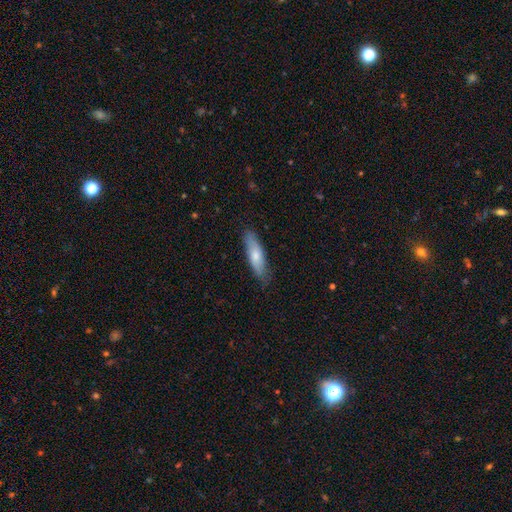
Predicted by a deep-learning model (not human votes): smooth 68%, featured or disk 26%, star or artifact 5%. Down the decision tree: how rounded — cigar-shaped (60%); merging — none (79%).